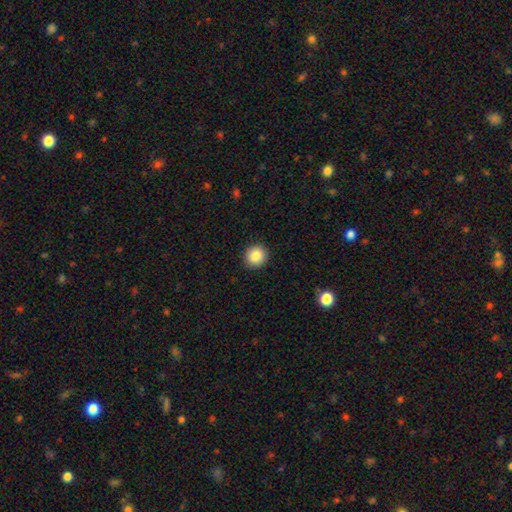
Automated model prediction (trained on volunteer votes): A smooth galaxy with no disk features (85%) that is round (92%).

Vote fractions:
- Smooth or featured? smooth: 85% / star or artifact: 9% / featured or disk: 6%
- How rounded? round: 92% / in between: 7% / cigar-shaped: 1%
- Merging? none: 92% / minor disturbance: 5% / major disturbance: 2% / merger: 1%